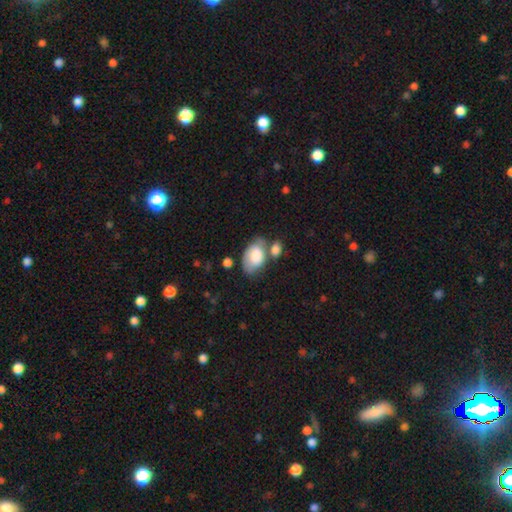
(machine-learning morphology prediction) Overall: smooth (75%). How rounded: in between (89%). Merging: none (38%; merger 28%).